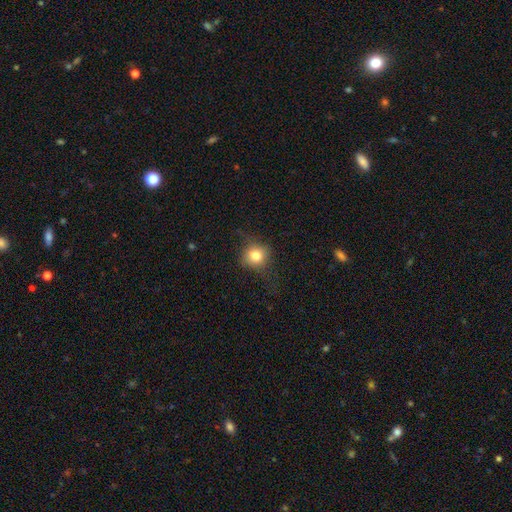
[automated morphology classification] This appears to be a smooth galaxy with no disk features (74%) that is round (82%). Merging: none (69%).